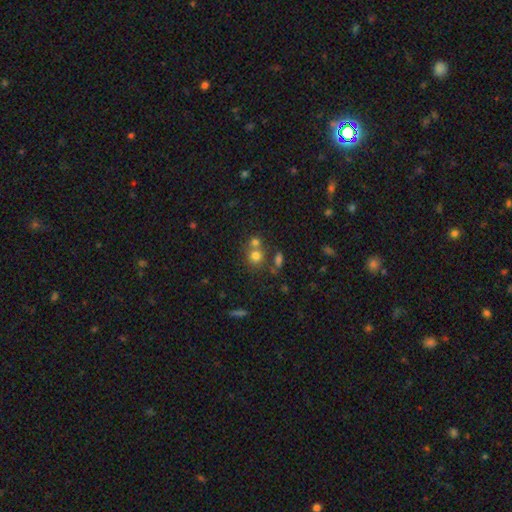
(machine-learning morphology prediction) smooth 73%, star or artifact 16%, featured or disk 11%. Down the decision tree: how rounded — round (81%); merging — none (49%).